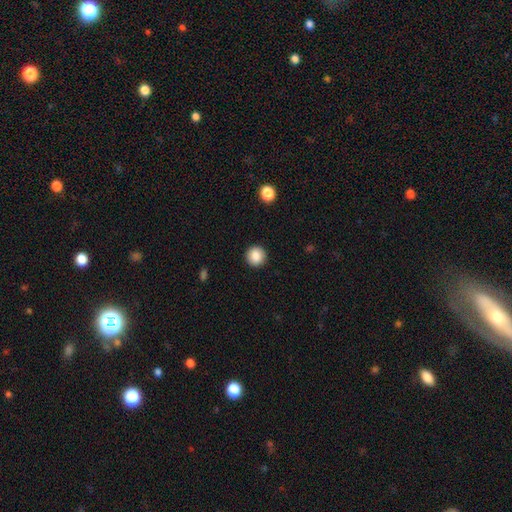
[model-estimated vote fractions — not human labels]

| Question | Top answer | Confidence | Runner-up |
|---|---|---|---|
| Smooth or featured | smooth | 87% | star or artifact (9%) |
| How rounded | round | 94% | in between (5%) |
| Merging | none | 92% | minor disturbance (5%) |